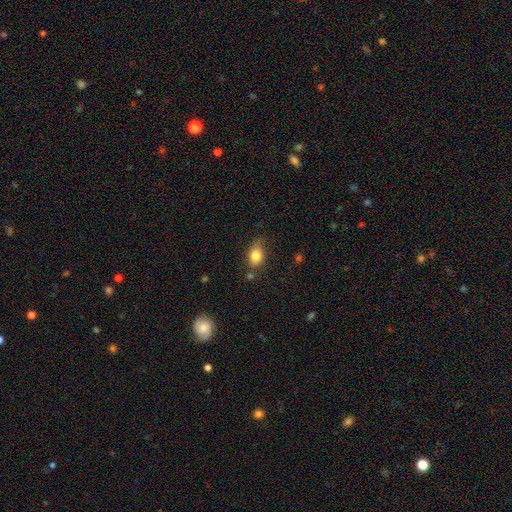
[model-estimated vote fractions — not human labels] smooth 82%, star or artifact 9%, featured or disk 9%. Down the decision tree: how rounded — in between (74%); merging — none (63%).